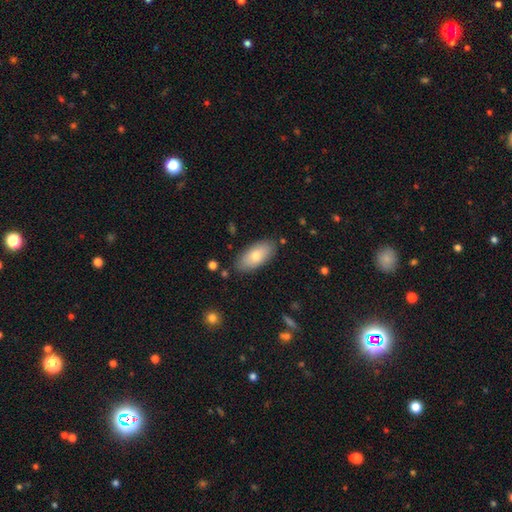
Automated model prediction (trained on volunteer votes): A smooth galaxy with no disk features (74%) that is in between round and cigar-shaped (91%).

Vote fractions:
- Smooth or featured? smooth: 74% / featured or disk: 21% / star or artifact: 6%
- How rounded? in between: 91% / cigar-shaped: 7% / round: 2%
- Merging? none: 84% / minor disturbance: 12% / major disturbance: 3% / merger: 2%